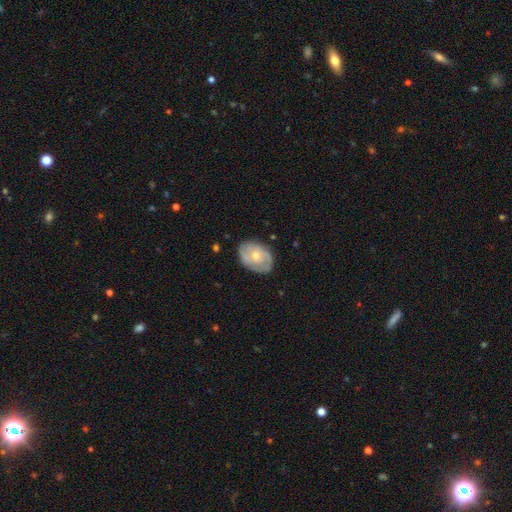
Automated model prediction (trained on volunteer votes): This is likely a featured or disk galaxy (61%). It is clearly not viewed edge-on (96%). Bar: likely no (74%). Spiral arm pattern: likely yes (78%). Central bulge: possibly moderate (49%). Merging: likely none (77%).